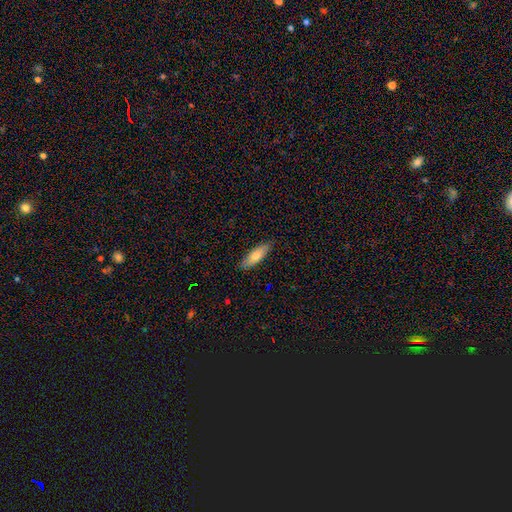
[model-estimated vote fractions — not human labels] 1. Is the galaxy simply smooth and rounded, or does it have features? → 73% smooth, 22% featured or disk, 6% star or artifact.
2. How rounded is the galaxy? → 59% in between, 40% cigar-shaped, 2% round.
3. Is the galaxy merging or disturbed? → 86% none, 11% minor disturbance, 2% major disturbance, 1% merger.